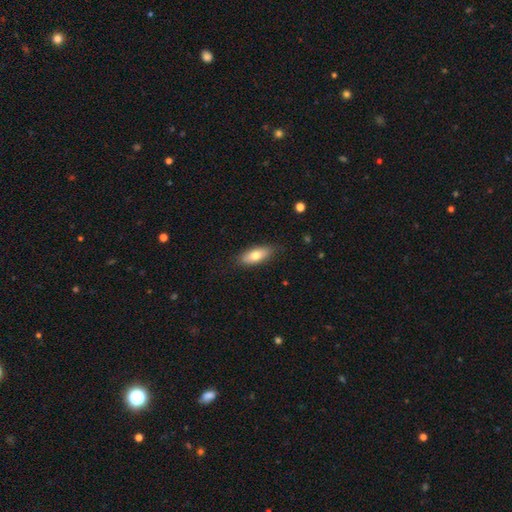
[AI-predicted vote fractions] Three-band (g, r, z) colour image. It shows a smooth galaxy with no disk features (73%) that is in between round and cigar-shaped (81%). Merging: none (84%).